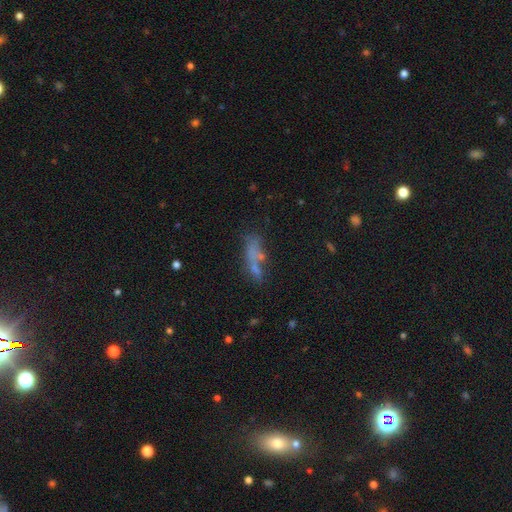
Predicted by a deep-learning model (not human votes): Smooth or featured?
  - smooth: 49% *
  - star or artifact: 28%
  - featured or disk: 24%
Merging?
  - none: 51% *
  - merger: 18%
  - minor disturbance: 17%
  - major disturbance: 14%